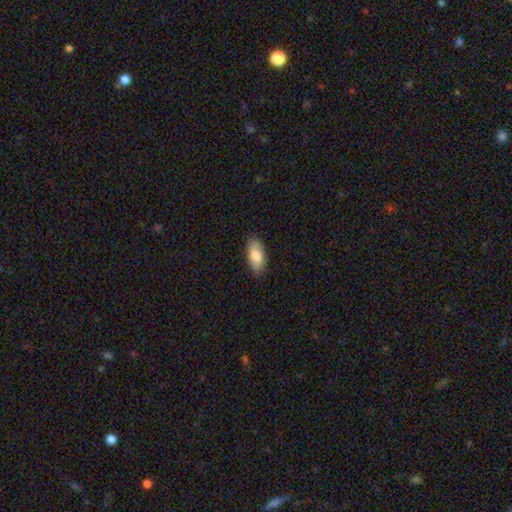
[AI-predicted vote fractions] Smooth or featured: smooth — 82% (featured or disk — 12%)
How rounded: in between — 89% (cigar-shaped — 9%)
Merging: none — 87% (minor disturbance — 10%)